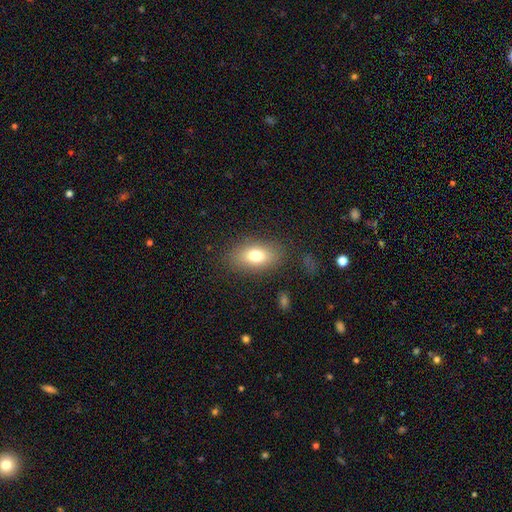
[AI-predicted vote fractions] The model was most divided on "smooth or featured": smooth: 75%, featured or disk: 16%, star or artifact: 10%. More confident: how rounded — in between (85%); merging — none (82%).